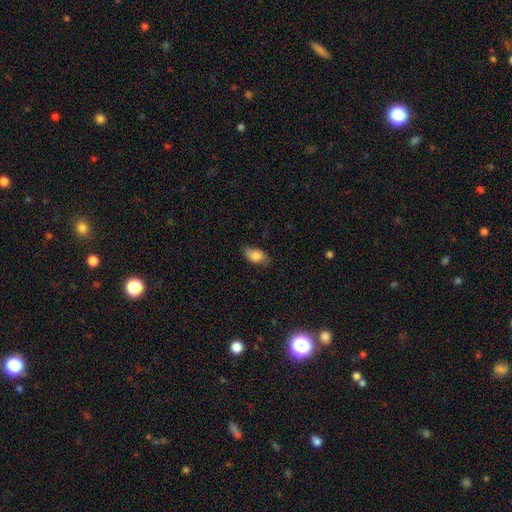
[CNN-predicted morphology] smooth-or-featured: smooth: 84% | featured or disk: 9% | star or artifact: 8%
  how-rounded: in between: 90% | round: 7% | cigar-shaped: 3%
  merging: none: 77% | minor disturbance: 18% | major disturbance: 4% | merger: 1%